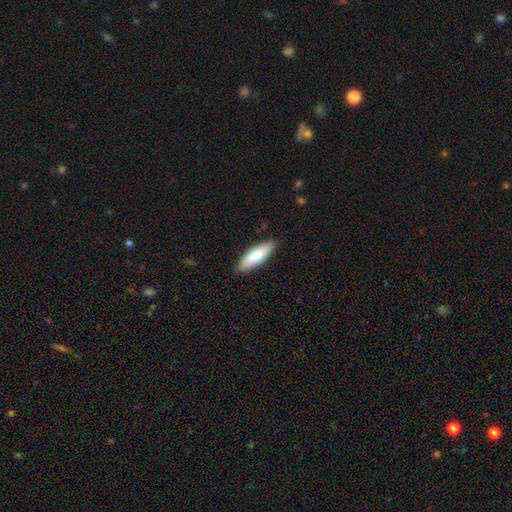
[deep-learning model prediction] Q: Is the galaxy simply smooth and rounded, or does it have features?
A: smooth — 76%.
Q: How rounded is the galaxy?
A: cigar-shaped — 52%.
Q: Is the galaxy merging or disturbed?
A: none — 87%.